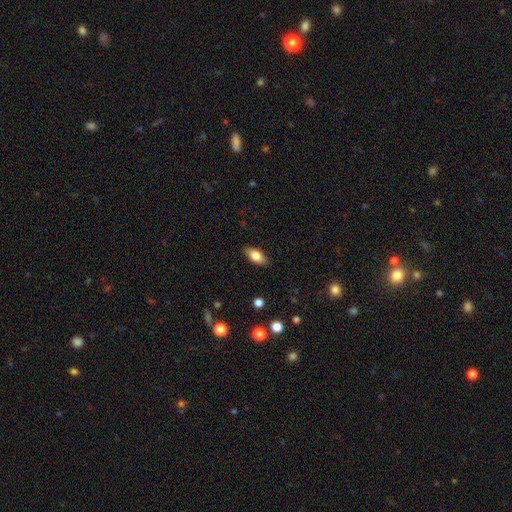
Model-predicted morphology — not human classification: The model was most divided on "smooth or featured": smooth: 80%, featured or disk: 13%, star or artifact: 7%. More confident: how rounded — in between (88%); merging — none (87%).